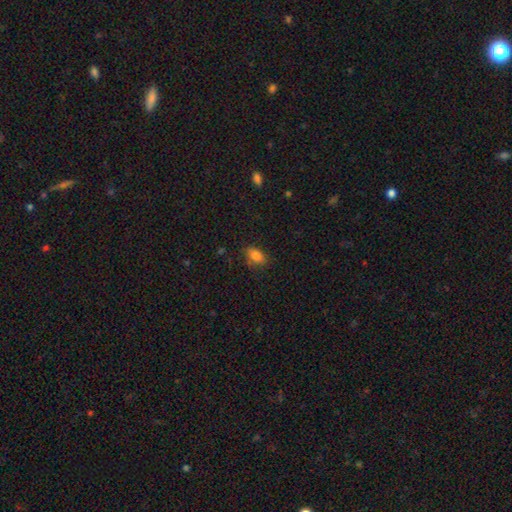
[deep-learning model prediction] A smooth galaxy with no disk features (83%) that is in between round and cigar-shaped (87%). Merging: none (76%).